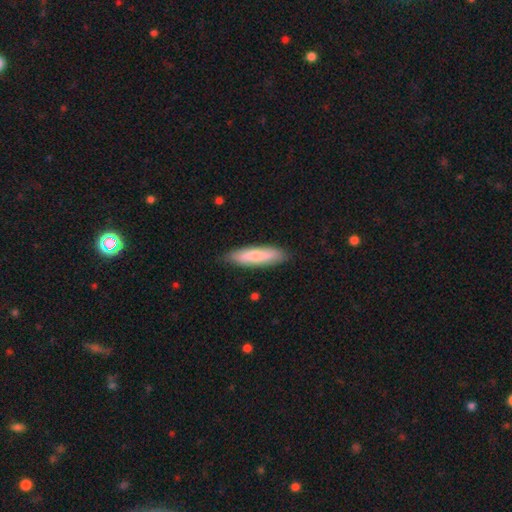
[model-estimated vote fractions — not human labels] Q: Smooth or featured?
A: smooth (71%); runner-up: featured or disk (24%)
Q: How rounded?
A: cigar-shaped (68%); runner-up: in between (30%)
Q: Merging?
A: none (84%); runner-up: minor disturbance (13%)